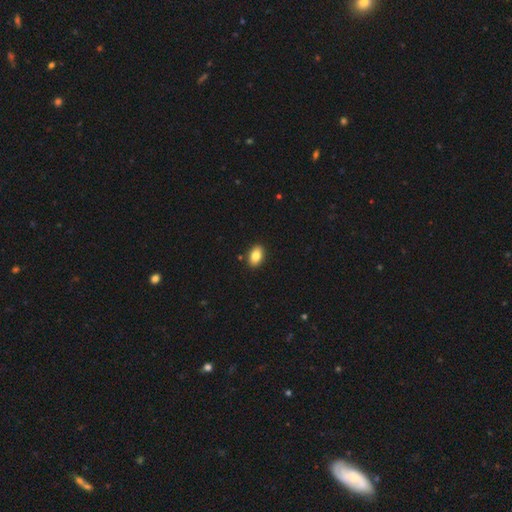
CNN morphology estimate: Overall: smooth (85%). How rounded: in between (89%). Merging: none (90%).